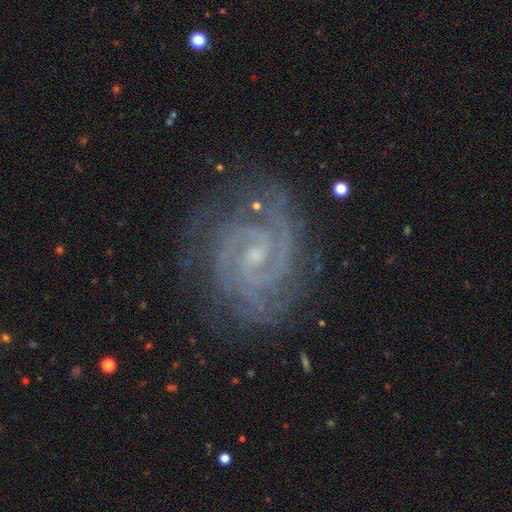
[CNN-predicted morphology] Q: Smooth or featured?
A: featured or disk (92%); runner-up: star or artifact (6%)
Q: Edge-on disk?
A: no (98%); runner-up: yes (2%)
Q: Bar?
A: no (45%); runner-up: weak (41%)
Q: Spiral arms?
A: yes (99%); runner-up: no (1%)
Q: Spiral winding?
A: tight (74%); runner-up: medium (23%)
Q: Spiral arm count?
A: 2 (71%); runner-up: 3 (12%)
Q: Bulge size?
A: small (73%); runner-up: moderate (20%)
Q: Merging?
A: none (79%); runner-up: minor disturbance (15%)